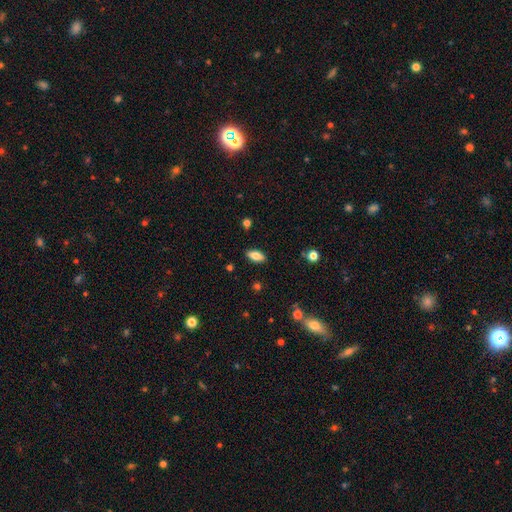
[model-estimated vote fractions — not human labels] A smooth galaxy with no disk features (78%) that is in between round and cigar-shaped (86%). Merging: none (88%).